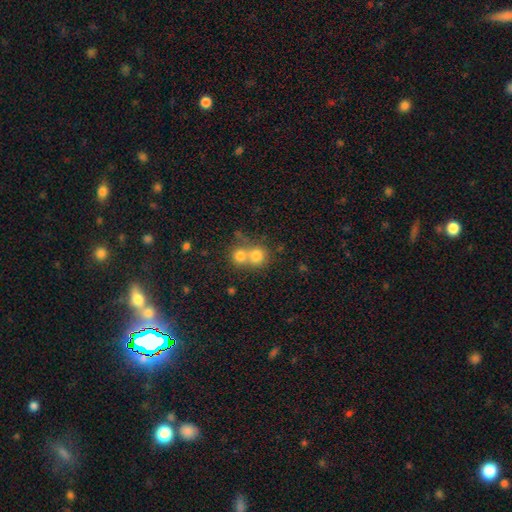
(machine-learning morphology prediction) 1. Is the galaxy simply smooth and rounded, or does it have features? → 76% smooth, 12% featured or disk, 11% star or artifact.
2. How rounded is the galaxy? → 84% round, 15% in between, 1% cigar-shaped.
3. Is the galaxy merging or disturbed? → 58% merger, 34% none, 5% minor disturbance, 3% major disturbance.